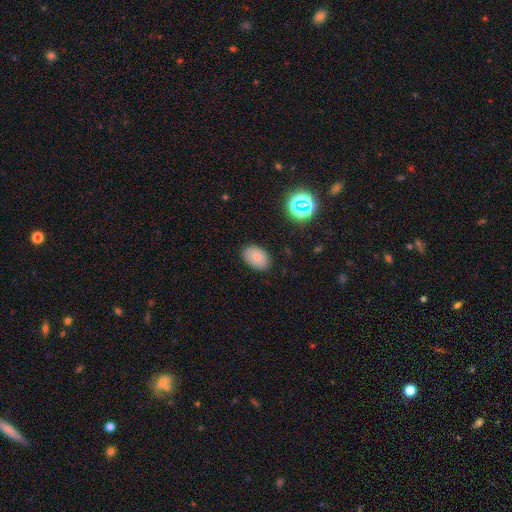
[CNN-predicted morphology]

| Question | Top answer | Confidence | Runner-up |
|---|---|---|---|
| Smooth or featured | smooth | 77% | star or artifact (12%) |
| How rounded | in between | 84% | round (15%) |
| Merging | none | 85% | minor disturbance (11%) |